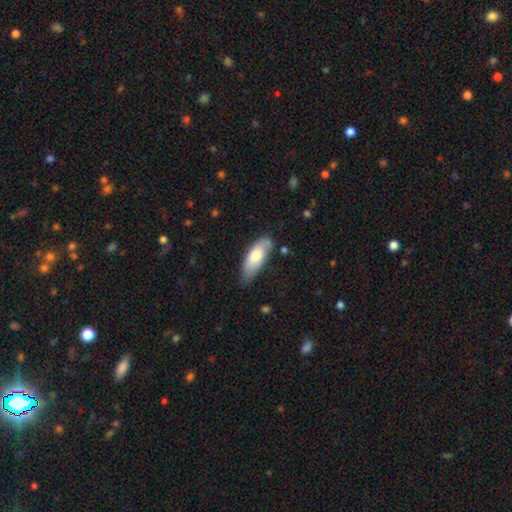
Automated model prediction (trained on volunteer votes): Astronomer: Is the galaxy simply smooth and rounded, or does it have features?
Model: smooth — 71%.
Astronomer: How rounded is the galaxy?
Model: in between — 72%.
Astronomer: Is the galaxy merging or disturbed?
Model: none — 62%.